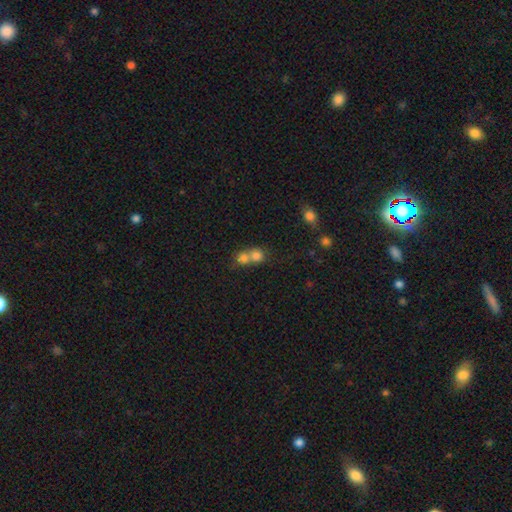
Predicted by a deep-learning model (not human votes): smooth 76%, featured or disk 12%, star or artifact 12%. Down the decision tree: how rounded — round (79%); merging — merger (65%).